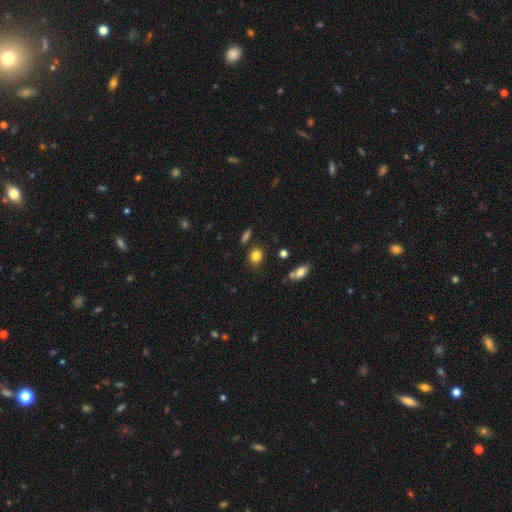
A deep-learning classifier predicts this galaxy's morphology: smooth-or-featured: smooth: 83% | star or artifact: 11% | featured or disk: 7%
  how-rounded: round: 60% | in between: 38% | cigar-shaped: 2%
  merging: none: 77% | minor disturbance: 14% | merger: 6% | major disturbance: 4%